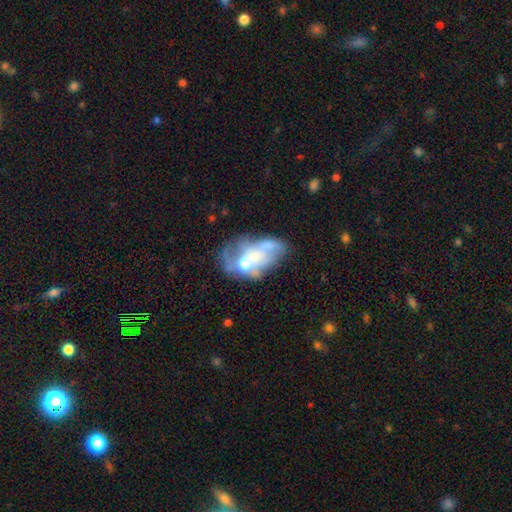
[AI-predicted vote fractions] featured or disk 62%, smooth 28%, star or artifact 11%. Down the decision tree: edge-on disk — no (97%); bar — no (85%); spiral arms — no (76%); bulge size — moderate (49%); merging — merger (32%).